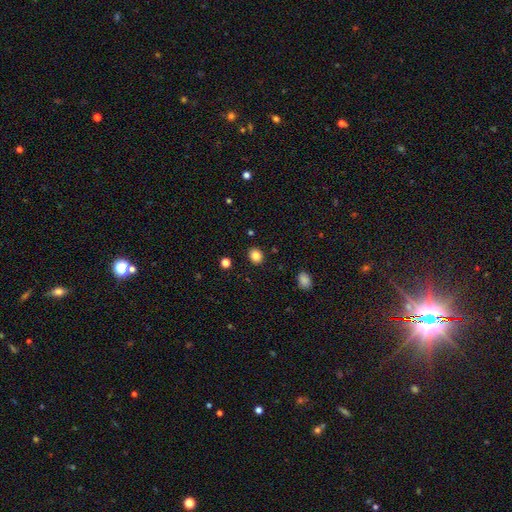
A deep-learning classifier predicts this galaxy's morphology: Smooth or featured: smooth — 84% (star or artifact — 11%)
How rounded: round — 66% (in between — 33%)
Merging: none — 89% (minor disturbance — 7%)